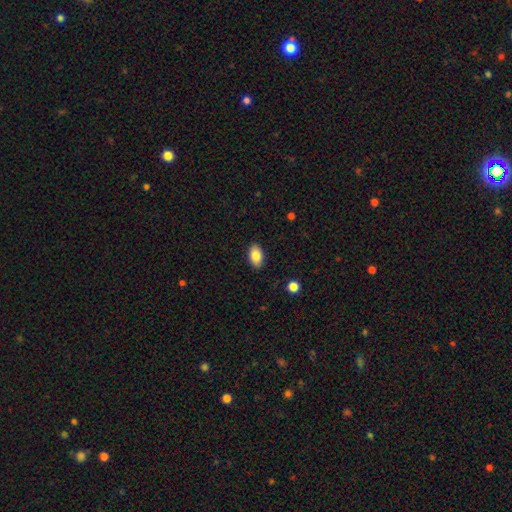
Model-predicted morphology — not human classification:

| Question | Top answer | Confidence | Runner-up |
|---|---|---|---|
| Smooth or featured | smooth | 85% | star or artifact (7%) |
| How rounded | in between | 92% | round (6%) |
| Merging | none | 89% | minor disturbance (8%) |